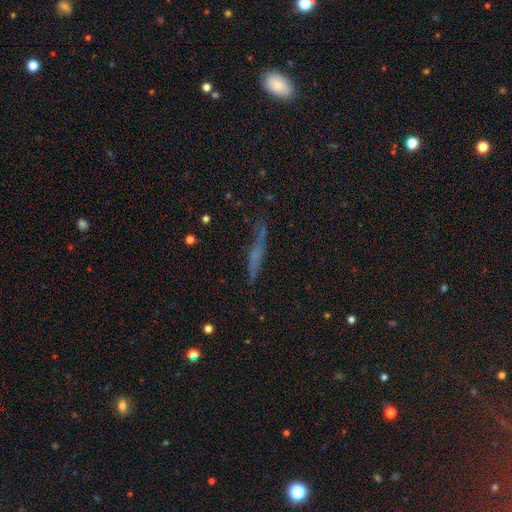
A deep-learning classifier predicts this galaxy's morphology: Smooth or featured? Predicted: smooth (p=0.44). Merging? Predicted: none (p=0.74).